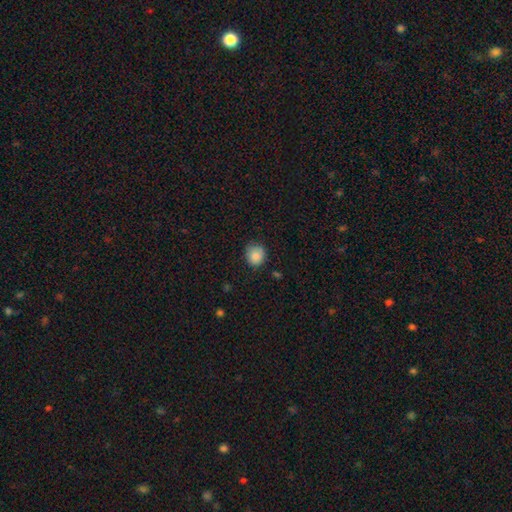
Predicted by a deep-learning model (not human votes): This appears to be a smooth galaxy with no disk features (86%) that is round (82%). Merging: none (76%).